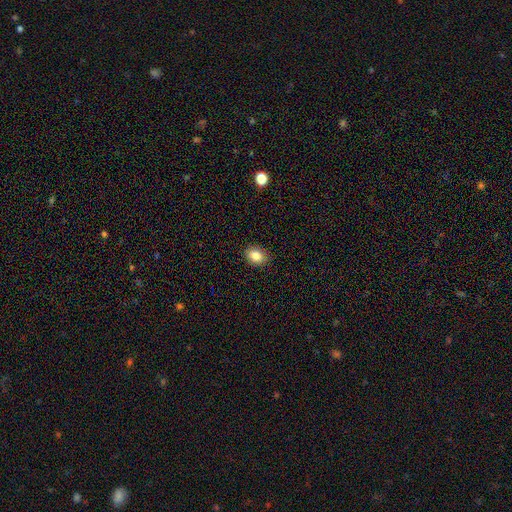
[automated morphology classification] Smooth or featured: smooth — 85% (star or artifact — 9%)
How rounded: in between — 66% (round — 33%)
Merging: none — 88% (minor disturbance — 9%)